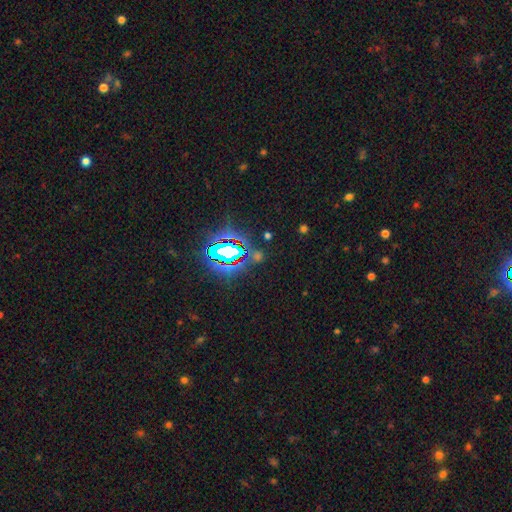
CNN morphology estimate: This appears to be a star or artifact, not a galaxy (70%).